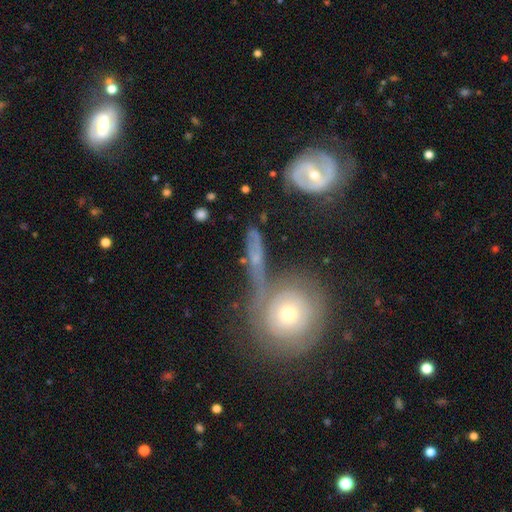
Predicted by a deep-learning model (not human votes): Morphology: type=featured or disk (54%); edge-on=no (70%); merging=none (46%).